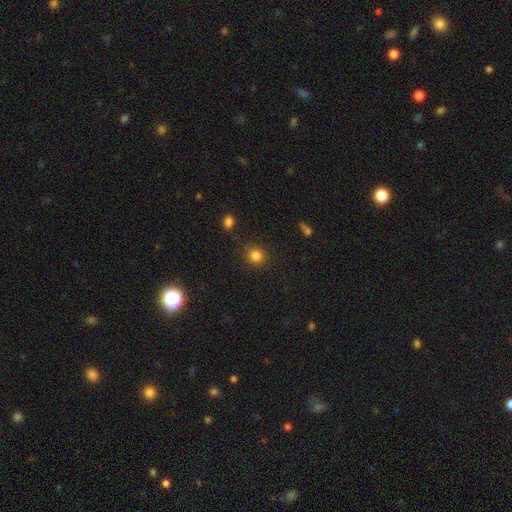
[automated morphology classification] Q: Smooth or featured?
A: smooth (83%); runner-up: star or artifact (12%)
Q: How rounded?
A: round (87%); runner-up: in between (12%)
Q: Merging?
A: none (82%); runner-up: minor disturbance (12%)